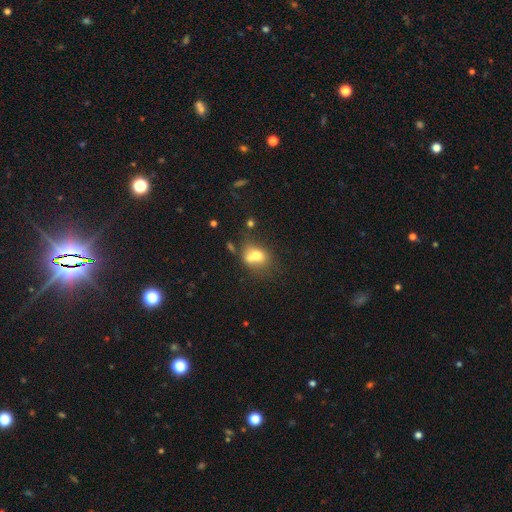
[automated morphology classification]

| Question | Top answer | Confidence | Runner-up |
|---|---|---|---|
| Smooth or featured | smooth | 67% | featured or disk (21%) |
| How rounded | round | 50% | in between (48%) |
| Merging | merger | 49% | none (32%) |